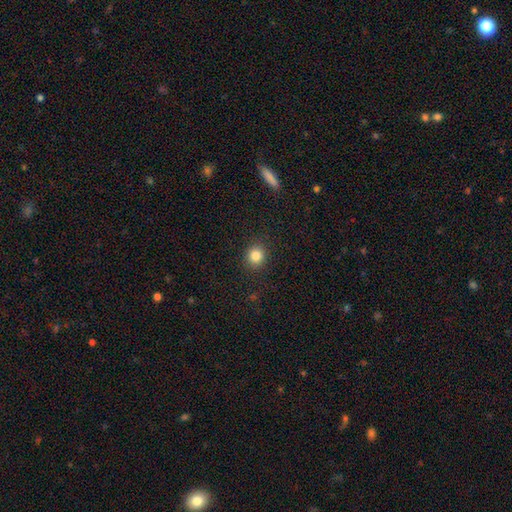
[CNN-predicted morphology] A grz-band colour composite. It shows a smooth galaxy with no disk features (84%) that is round (87%). Merging: none (90%).